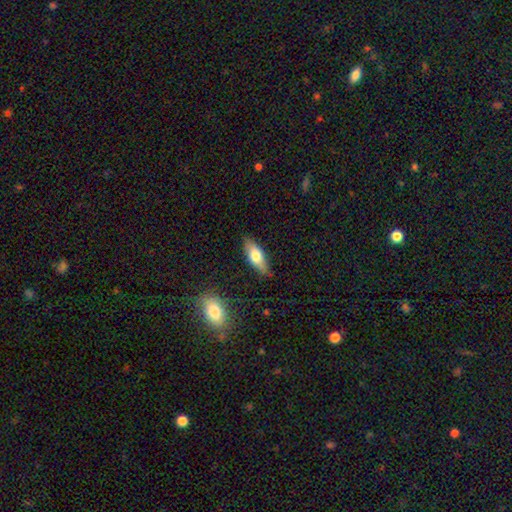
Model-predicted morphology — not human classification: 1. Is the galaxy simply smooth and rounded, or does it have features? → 65% smooth, 29% featured or disk, 6% star or artifact.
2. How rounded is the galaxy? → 66% in between, 31% cigar-shaped, 3% round.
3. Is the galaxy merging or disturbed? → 84% none, 12% minor disturbance, 2% major disturbance, 2% merger.